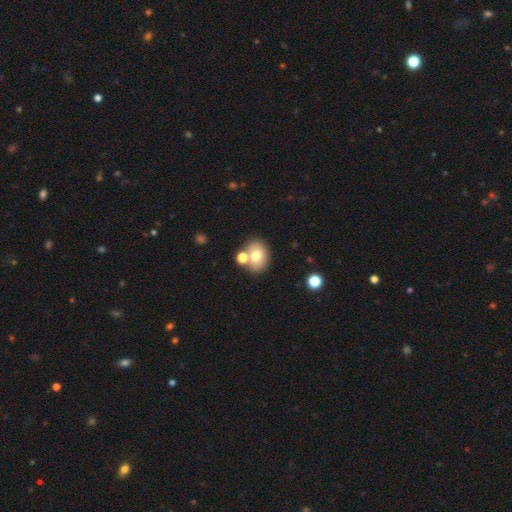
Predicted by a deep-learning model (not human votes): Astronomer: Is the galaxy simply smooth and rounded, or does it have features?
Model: smooth — 72%.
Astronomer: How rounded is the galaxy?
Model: in between — 51% (runner-up: round, 48%).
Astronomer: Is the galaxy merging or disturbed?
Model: none — 63%.